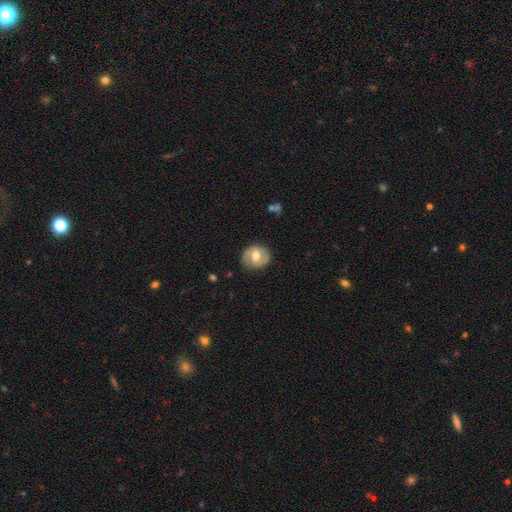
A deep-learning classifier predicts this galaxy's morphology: smooth_or_featured: smooth (p=0.48) [alt: featured or disk p=0.45]
merging: none (p=0.82) [alt: minor disturbance p=0.13]